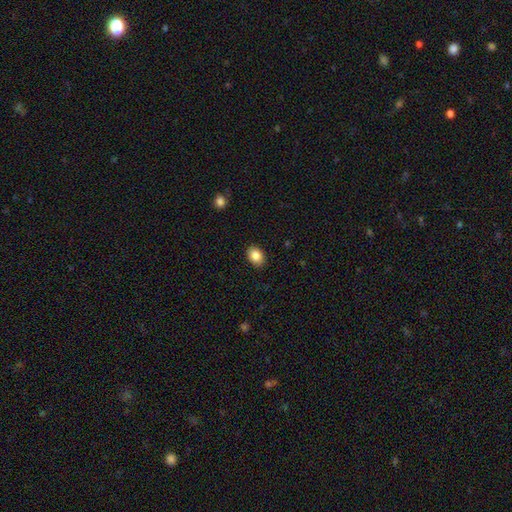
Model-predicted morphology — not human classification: This is clearly a smooth galaxy (87%). How rounded: likely in between (71%). Merging: clearly none (90%).